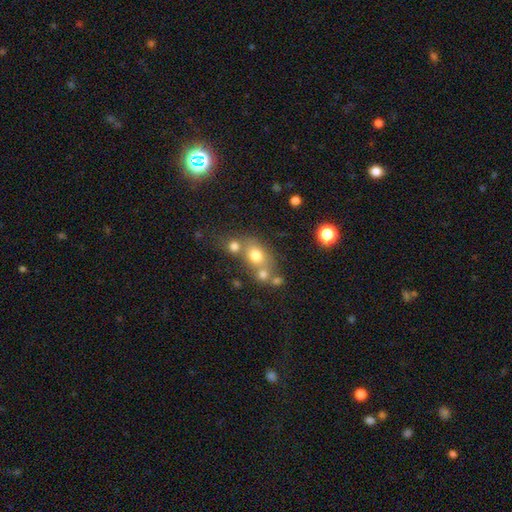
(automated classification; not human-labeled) Q: Smooth or featured?
A: smooth (71%); runner-up: featured or disk (15%)
Q: How rounded?
A: round (51%); runner-up: in between (47%)
Q: Merging?
A: none (47%); runner-up: merger (35%)